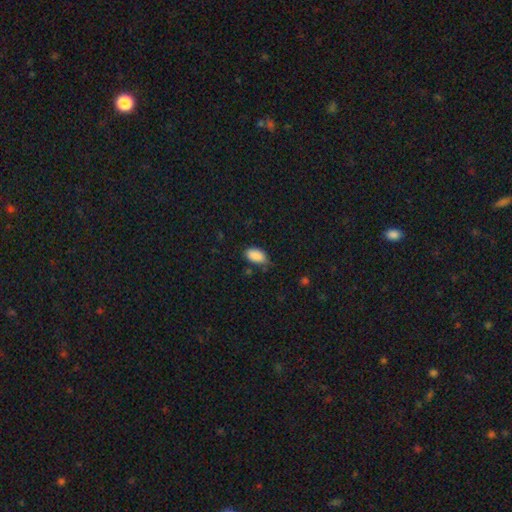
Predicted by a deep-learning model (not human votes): Smooth or featured?
  - smooth: 88% *
  - star or artifact: 8%
  - featured or disk: 4%
How rounded?
  - in between: 92% *
  - round: 6%
  - cigar-shaped: 2%
Merging?
  - none: 61% *
  - minor disturbance: 31%
  - major disturbance: 6%
  - merger: 2%